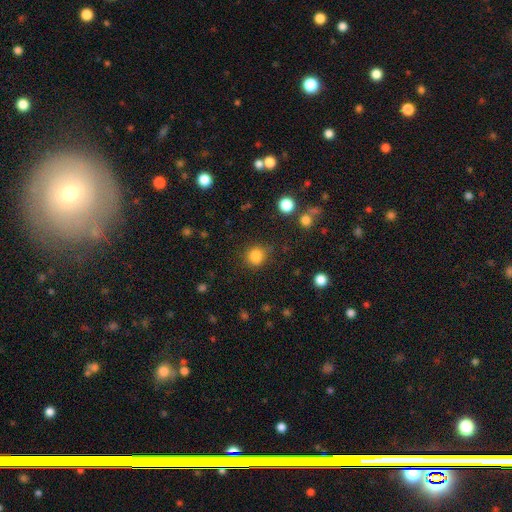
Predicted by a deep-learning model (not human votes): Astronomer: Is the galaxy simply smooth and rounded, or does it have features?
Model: smooth — 84%.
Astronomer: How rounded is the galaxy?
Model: round — 86%.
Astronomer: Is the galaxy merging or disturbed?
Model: none — 83%.